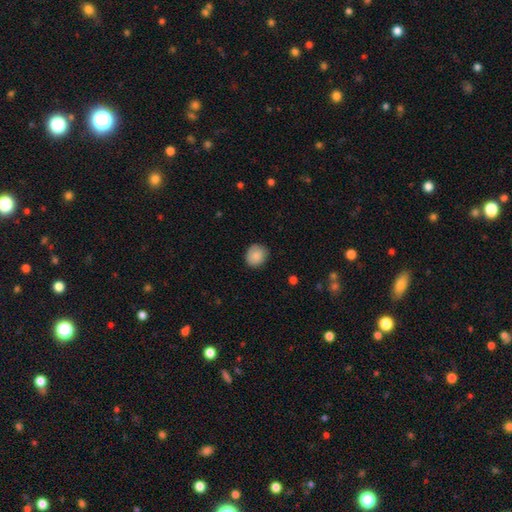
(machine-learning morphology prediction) The model was most divided on "how rounded": round: 75%, in between: 24%, cigar-shaped: 1%. More confident: smooth or featured — smooth (87%); merging — none (84%).